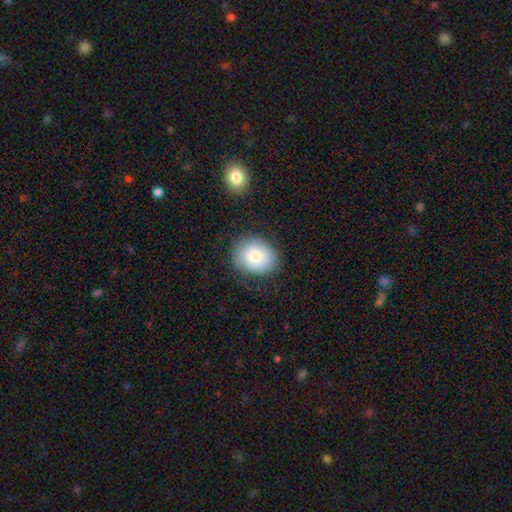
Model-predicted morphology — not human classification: Smooth or featured?
  - smooth: 77% *
  - featured or disk: 15%
  - star or artifact: 8%
How rounded?
  - round: 58% *
  - in between: 41%
  - cigar-shaped: 1%
Merging?
  - none: 76% *
  - minor disturbance: 17%
  - major disturbance: 6%
  - merger: 1%